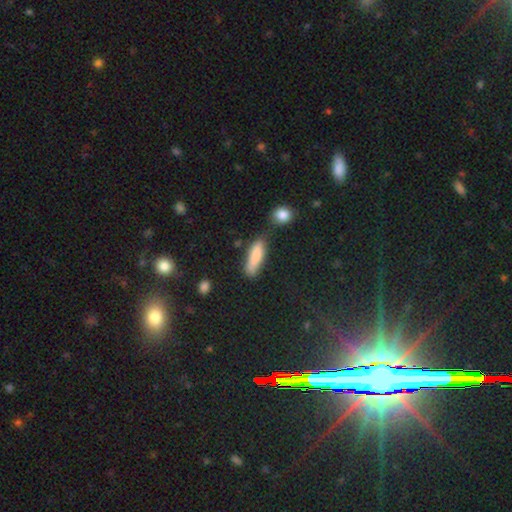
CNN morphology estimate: Smooth or featured?
  - smooth: 83% *
  - featured or disk: 10%
  - star or artifact: 7%
How rounded?
  - cigar-shaped: 55% *
  - in between: 42%
  - round: 3%
Merging?
  - none: 61% *
  - minor disturbance: 22%
  - merger: 11%
  - major disturbance: 6%